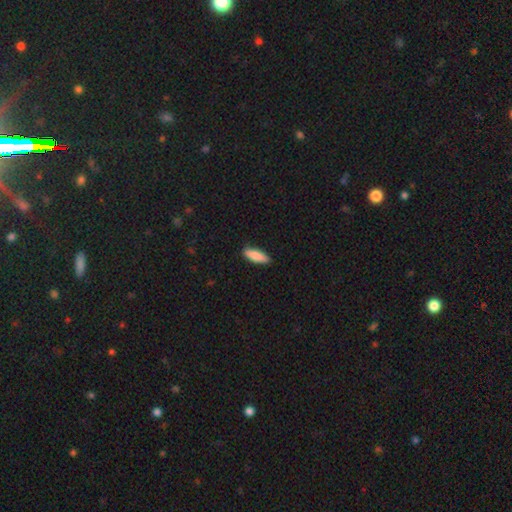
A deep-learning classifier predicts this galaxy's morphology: Overall: smooth (85%). How rounded: in between (54%; cigar-shaped 44%). Merging: none (87%).